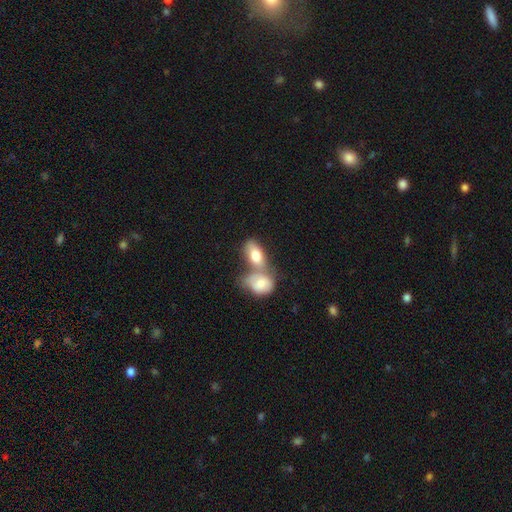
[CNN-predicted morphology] This is likely a smooth galaxy (77%). How rounded: clearly in between (89%). Merging: likely merger (62%).